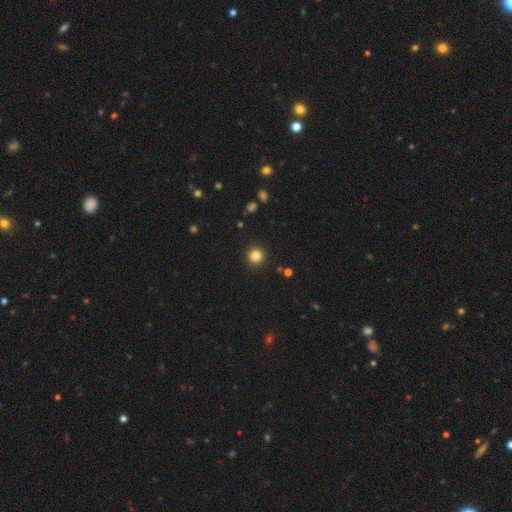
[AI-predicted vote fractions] smooth-or-featured: smooth: 84% | star or artifact: 12% | featured or disk: 4%
  how-rounded: round: 95% | in between: 4% | cigar-shaped: 1%
  merging: none: 92% | minor disturbance: 5% | major disturbance: 2% | merger: 1%